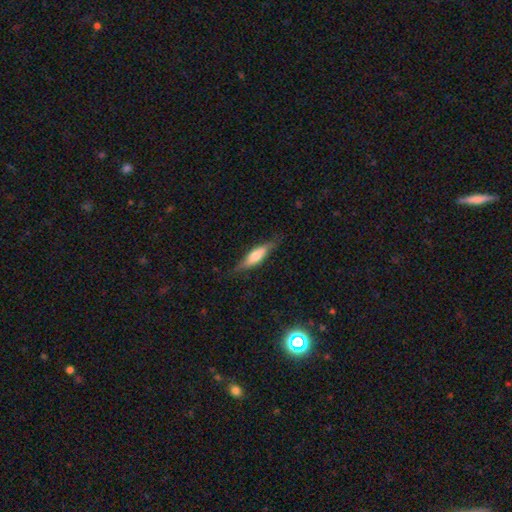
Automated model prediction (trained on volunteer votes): smooth_or_featured: smooth (p=0.55) [alt: featured or disk p=0.39]
how_rounded: cigar-shaped (p=0.61) [alt: in between p=0.37]
merging: none (p=0.77) [alt: minor disturbance p=0.18]